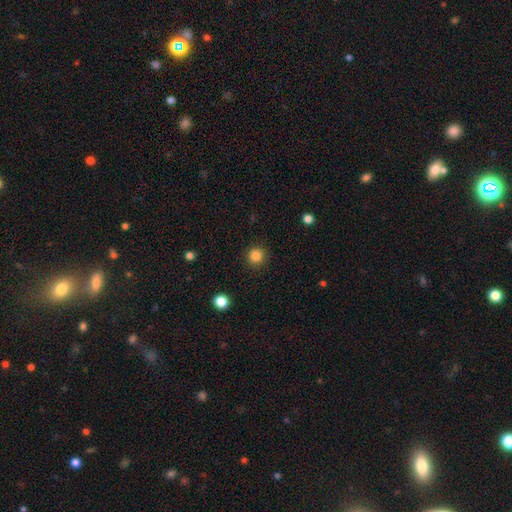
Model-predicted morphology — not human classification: Q: Smooth or featured?
A: smooth (84%); runner-up: star or artifact (12%)
Q: How rounded?
A: round (95%); runner-up: in between (5%)
Q: Merging?
A: none (91%); runner-up: minor disturbance (5%)